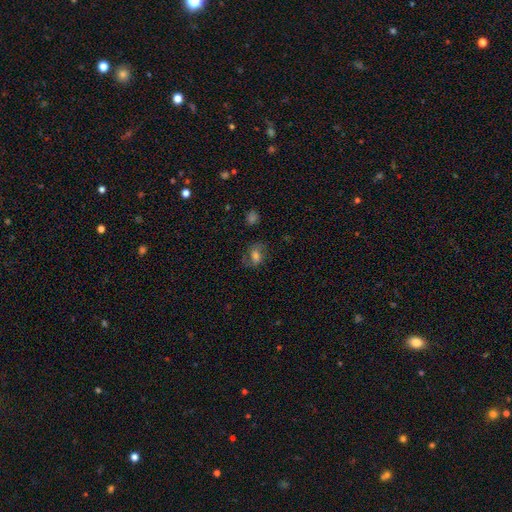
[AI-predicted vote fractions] smooth_or_featured: smooth (p=0.45) [alt: featured or disk p=0.42]
merging: none (p=0.67) [alt: minor disturbance p=0.19]